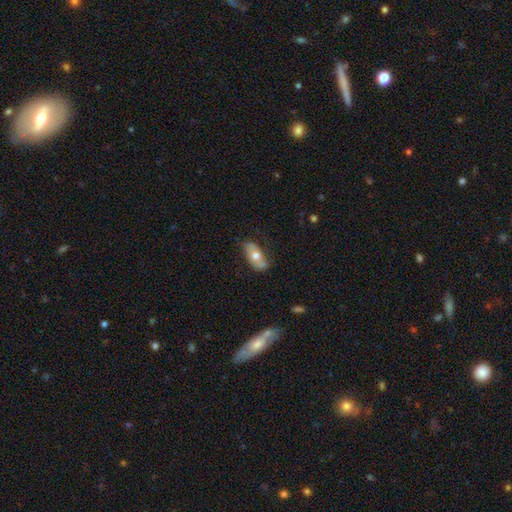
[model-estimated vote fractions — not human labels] This appears to be a smooth galaxy with no disk features (57%) that is in between round and cigar-shaped (89%). Merging: none (70%).